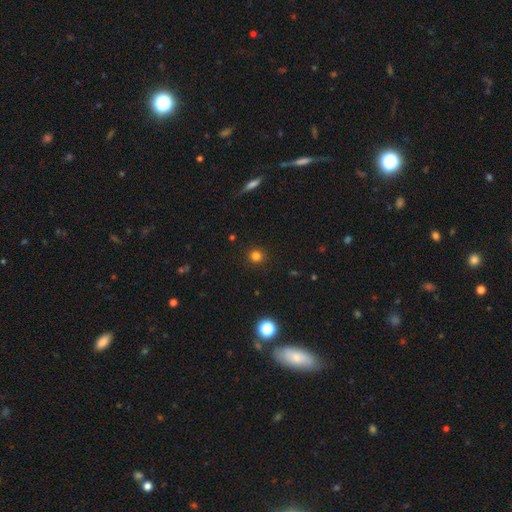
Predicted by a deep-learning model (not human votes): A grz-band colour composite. It shows a smooth galaxy with no disk features (80%) that is round (93%). Merging: none (91%).